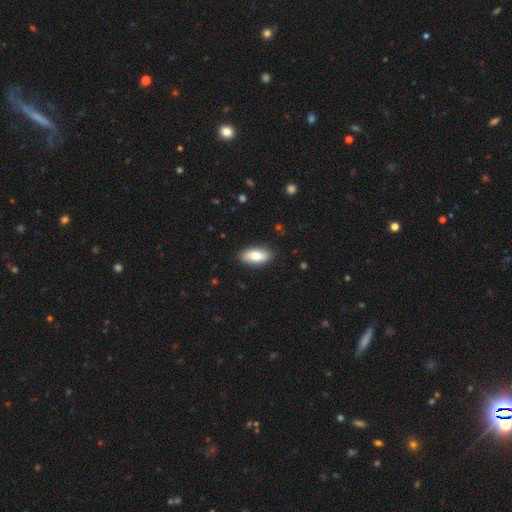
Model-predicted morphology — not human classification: smooth_or_featured: smooth (p=0.80) [alt: featured or disk p=0.14]
how_rounded: in between (p=0.90) [alt: cigar-shaped p=0.07]
merging: none (p=0.88) [alt: minor disturbance p=0.09]